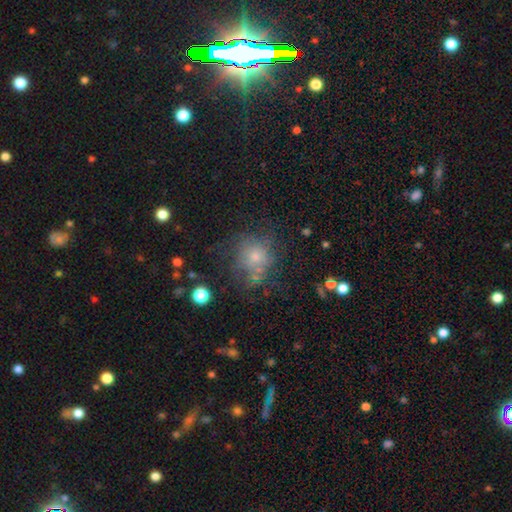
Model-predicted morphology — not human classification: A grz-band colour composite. It shows a smooth galaxy with no disk features (60%) that is round (82%). Merging: none (58%).